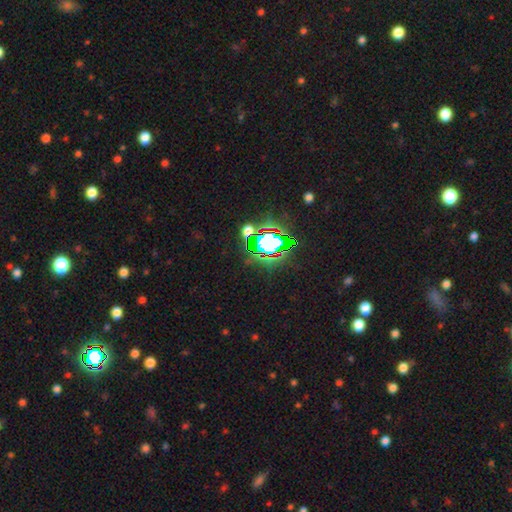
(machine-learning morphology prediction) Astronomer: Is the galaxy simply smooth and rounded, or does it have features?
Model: star or artifact — 81%.